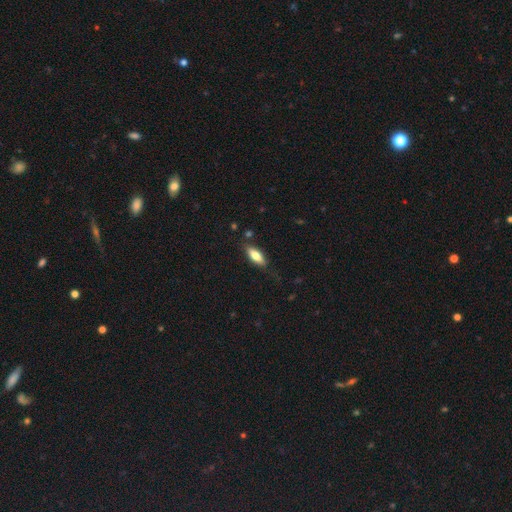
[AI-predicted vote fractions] smooth-or-featured: smooth: 71% | featured or disk: 23% | star or artifact: 6%
  how-rounded: in between: 64% | cigar-shaped: 34% | round: 2%
  merging: none: 80% | minor disturbance: 15% | major disturbance: 4% | merger: 2%